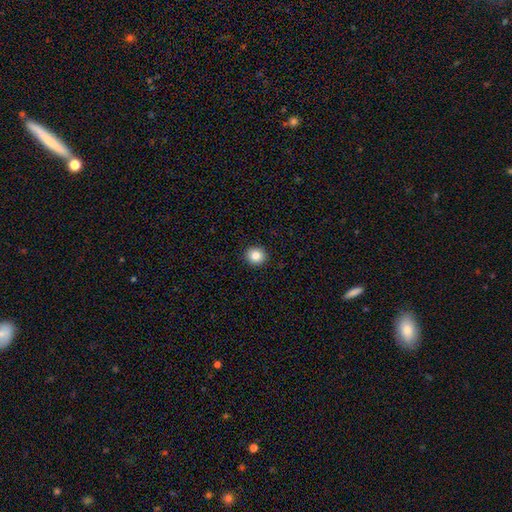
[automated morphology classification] smooth-or-featured: smooth: 84% | star or artifact: 10% | featured or disk: 6%
  how-rounded: round: 86% | in between: 13% | cigar-shaped: 1%
  merging: none: 93% | minor disturbance: 5% | major disturbance: 1% | merger: 1%